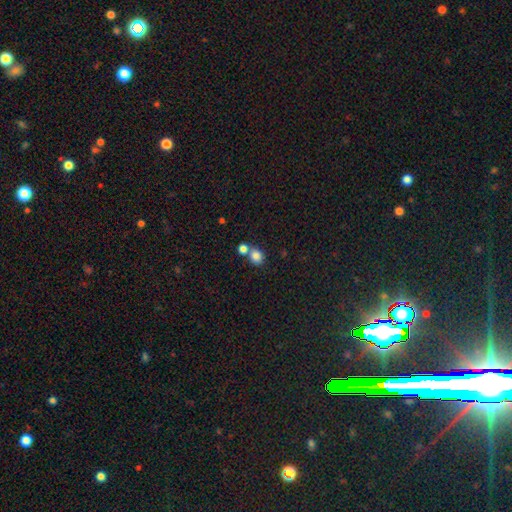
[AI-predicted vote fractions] Morphology: type=smooth (83%); roundness=round (71%); merging=none (52%).